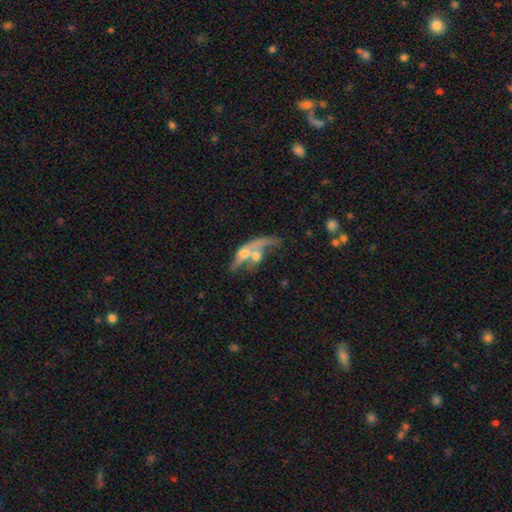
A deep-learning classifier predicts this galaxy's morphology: Smooth or featured?
  - featured or disk: 53% *
  - smooth: 38%
  - star or artifact: 9%
Edge-on disk?
  - no: 81% *
  - yes: 19%
Merging?
  - merger: 62% *
  - major disturbance: 18%
  - none: 13%
  - minor disturbance: 7%